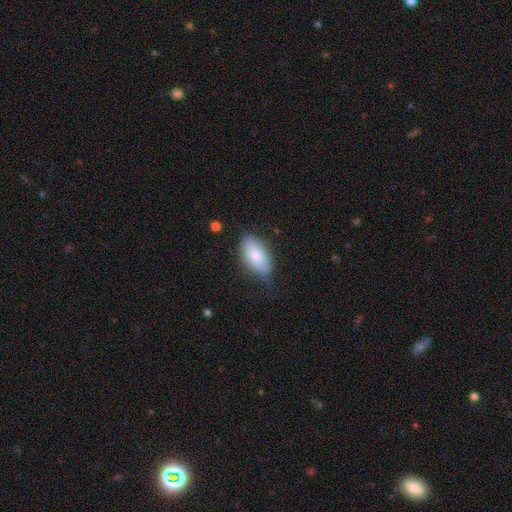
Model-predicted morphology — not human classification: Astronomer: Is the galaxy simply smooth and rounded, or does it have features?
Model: smooth — 80%.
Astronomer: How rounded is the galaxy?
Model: in between — 93%.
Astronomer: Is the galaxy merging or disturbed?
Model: none — 62%.